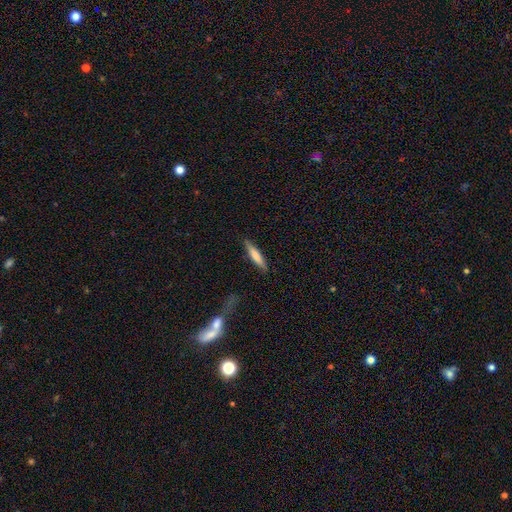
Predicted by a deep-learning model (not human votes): Overall: smooth (69%). How rounded: cigar-shaped (87%). Merging: none (84%).